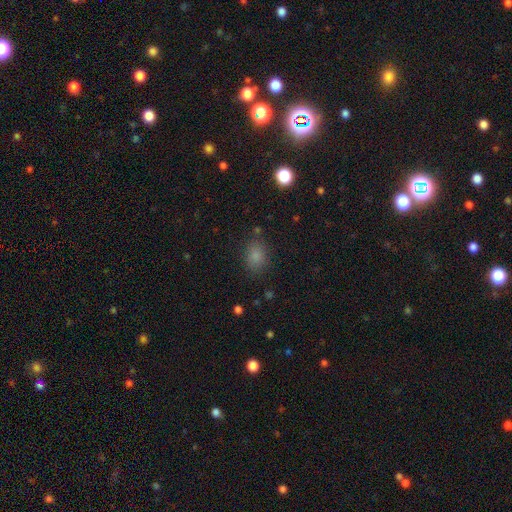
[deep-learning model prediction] Overall: smooth (80%). How rounded: in between (61%; round 37%). Merging: none (81%).